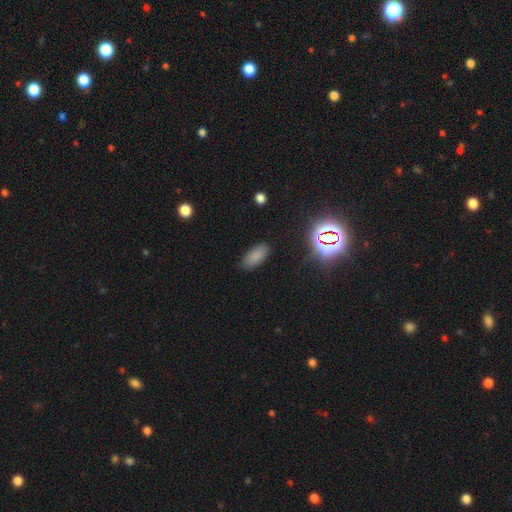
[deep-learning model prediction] A smooth galaxy with no disk features (81%) that is in between round and cigar-shaped (88%). Merging: none (86%).